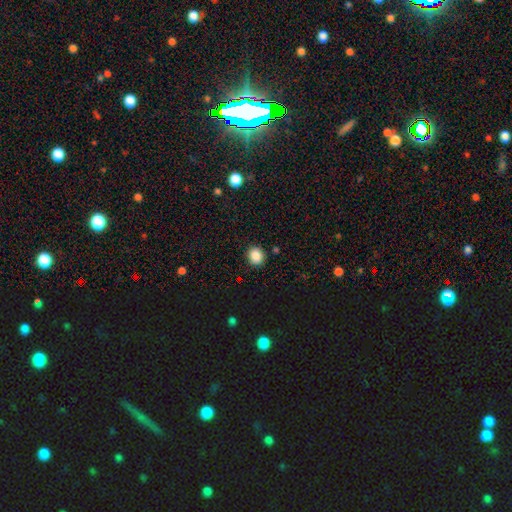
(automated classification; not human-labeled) A smooth galaxy with no disk features (86%) that is round (78%). Merging: none (89%).